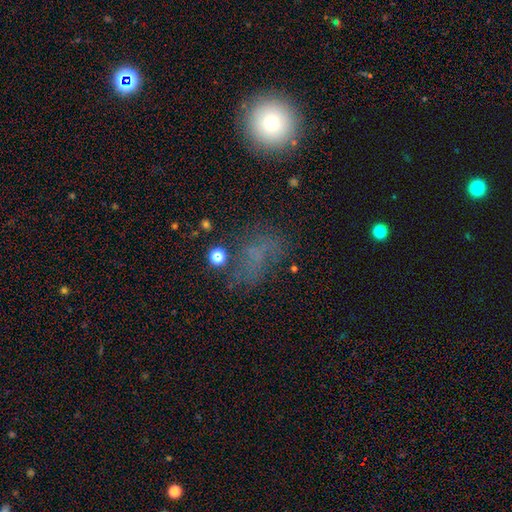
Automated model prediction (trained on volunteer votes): smooth-or-featured: smooth: 44% | star or artifact: 31% | featured or disk: 25%
  merging: none: 53% | major disturbance: 22% | minor disturbance: 19% | merger: 6%